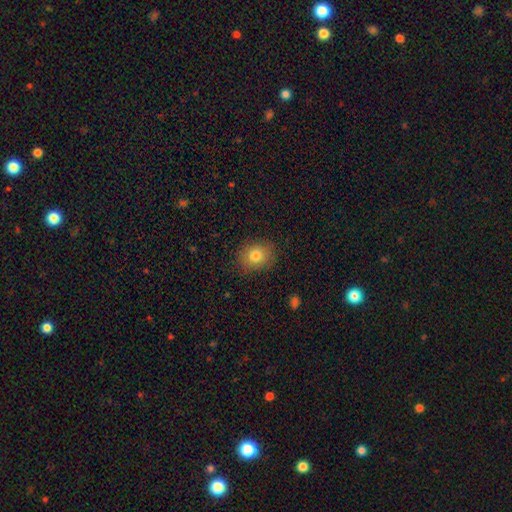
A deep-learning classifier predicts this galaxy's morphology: type=smooth (79%); roundness=round (57%); merging=none (87%).